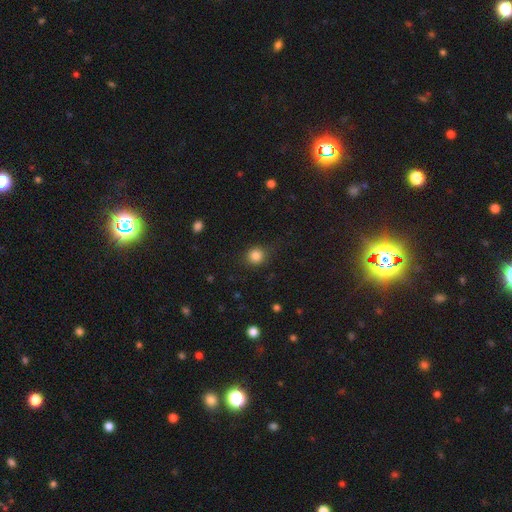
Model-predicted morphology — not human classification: Smooth or featured: smooth — 84% (star or artifact — 11%)
How rounded: round — 85% (in between — 14%)
Merging: none — 83% (minor disturbance — 12%)